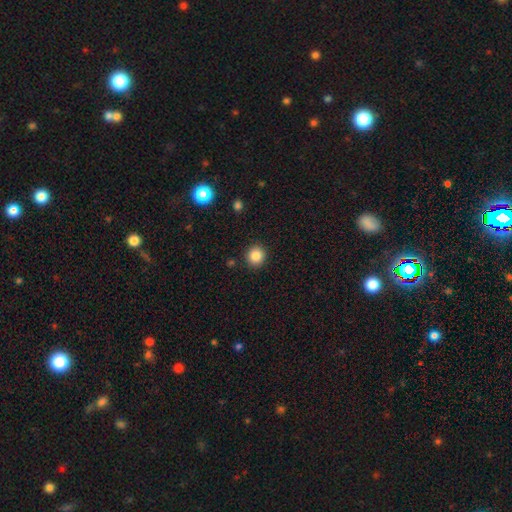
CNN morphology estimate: Smooth or featured: smooth — 85% (star or artifact — 10%)
How rounded: round — 91% (in between — 8%)
Merging: none — 91% (minor disturbance — 6%)